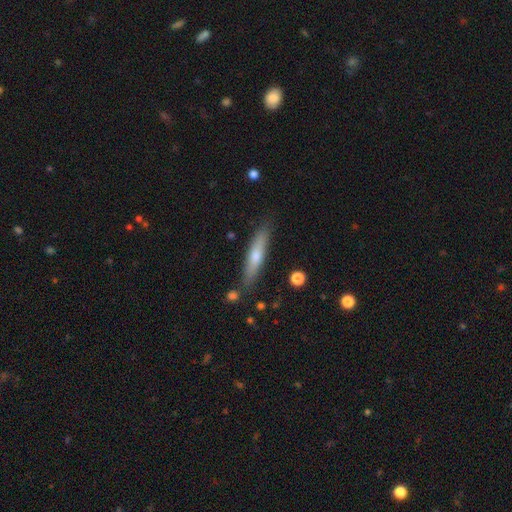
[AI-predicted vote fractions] smooth-or-featured: smooth: 56% | featured or disk: 38% | star or artifact: 6%
  how-rounded: cigar-shaped: 86% | in between: 12% | round: 2%
  merging: none: 83% | minor disturbance: 11% | merger: 3% | major disturbance: 2%